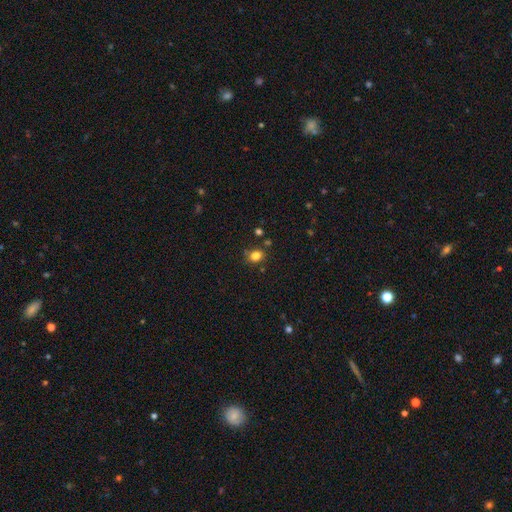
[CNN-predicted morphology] Q: Smooth or featured?
A: smooth (81%); runner-up: star or artifact (13%)
Q: How rounded?
A: in between (50%); runner-up: round (49%)
Q: Merging?
A: none (78%); runner-up: minor disturbance (13%)